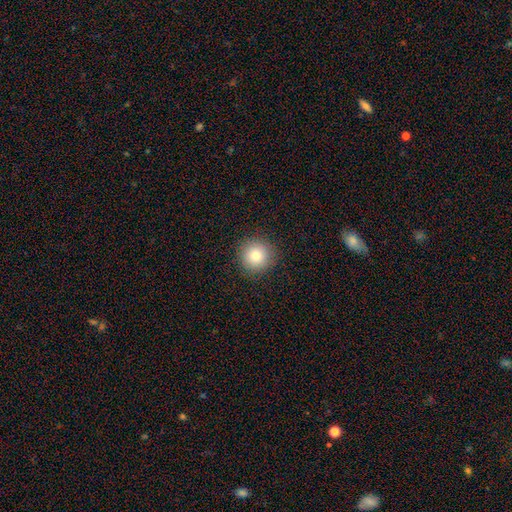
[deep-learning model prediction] This is clearly a smooth galaxy (80%). How rounded: clearly round (95%). Merging: clearly none (91%).